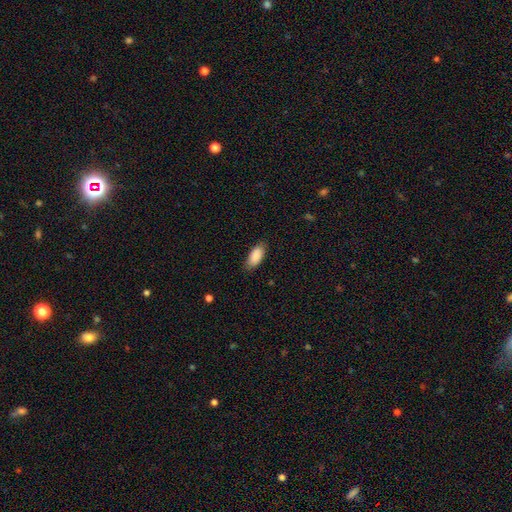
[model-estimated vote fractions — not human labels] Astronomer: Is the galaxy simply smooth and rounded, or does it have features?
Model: smooth — 90%.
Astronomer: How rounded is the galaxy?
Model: in between — 87%.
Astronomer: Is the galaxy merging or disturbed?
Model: none — 83%.